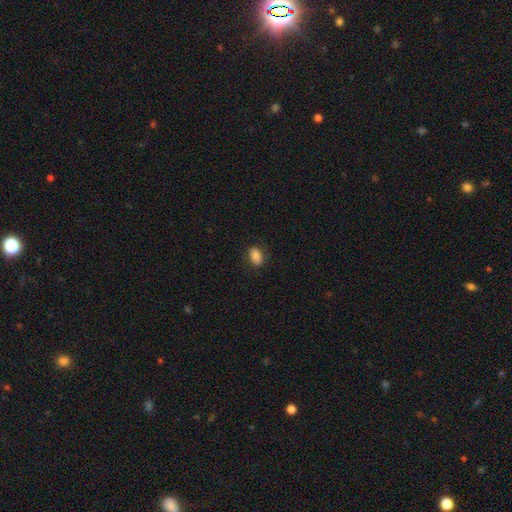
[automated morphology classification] smooth 82%, featured or disk 10%, star or artifact 8%. Down the decision tree: how rounded — in between (87%); merging — none (81%).